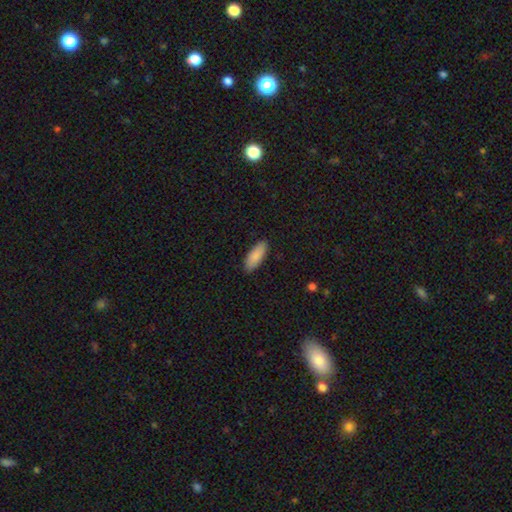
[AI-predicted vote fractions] Smooth or featured?
  - smooth: 86% *
  - featured or disk: 8%
  - star or artifact: 6%
How rounded?
  - in between: 73% *
  - cigar-shaped: 25%
  - round: 2%
Merging?
  - none: 88% *
  - minor disturbance: 9%
  - major disturbance: 2%
  - merger: 1%